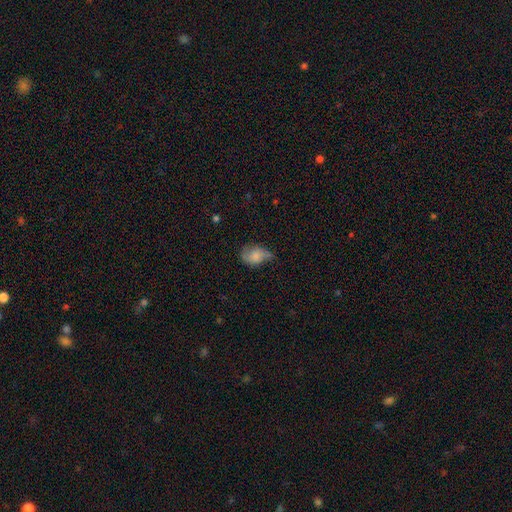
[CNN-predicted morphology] A smooth galaxy with no disk features (68%) that is in between round and cigar-shaped (74%).

Vote fractions:
- Smooth or featured? smooth: 68% / featured or disk: 23% / star or artifact: 9%
- How rounded? in between: 74% / round: 25% / cigar-shaped: 1%
- Merging? minor disturbance: 42% / none: 38% / major disturbance: 17% / merger: 4%